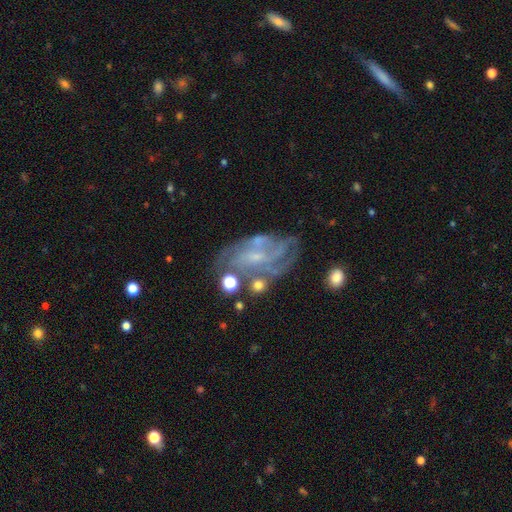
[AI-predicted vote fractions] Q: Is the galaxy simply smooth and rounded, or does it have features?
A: featured or disk — 80%.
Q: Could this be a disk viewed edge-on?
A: no — 96%.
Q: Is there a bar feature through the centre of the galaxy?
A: no — 52%.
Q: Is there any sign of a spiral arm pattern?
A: yes — 89%.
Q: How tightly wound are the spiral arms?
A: tight — 51%.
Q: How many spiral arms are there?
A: can't tell — 37%.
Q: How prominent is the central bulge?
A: small — 63%.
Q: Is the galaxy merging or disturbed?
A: none — 61%.